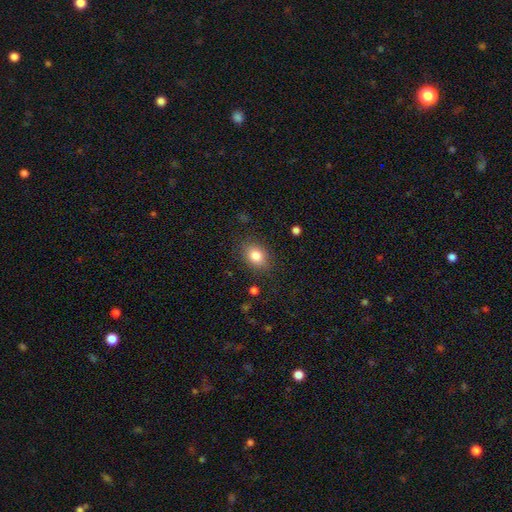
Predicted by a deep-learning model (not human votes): Overall: smooth (82%). How rounded: in between (61%; round 38%). Merging: none (84%).